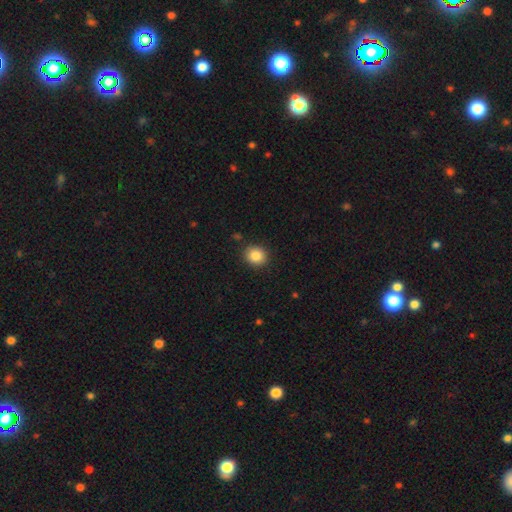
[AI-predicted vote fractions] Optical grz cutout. It shows a smooth galaxy with no disk features (86%) that is round (78%). Merging: none (89%).